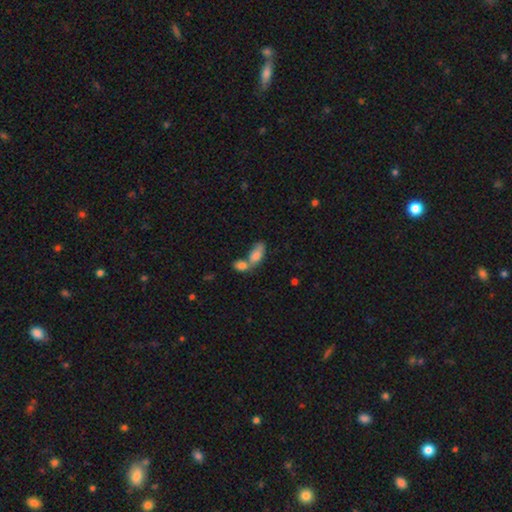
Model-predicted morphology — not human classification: smooth 79%, featured or disk 13%, star or artifact 8%. Down the decision tree: how rounded — in between (87%); merging — merger (61%).